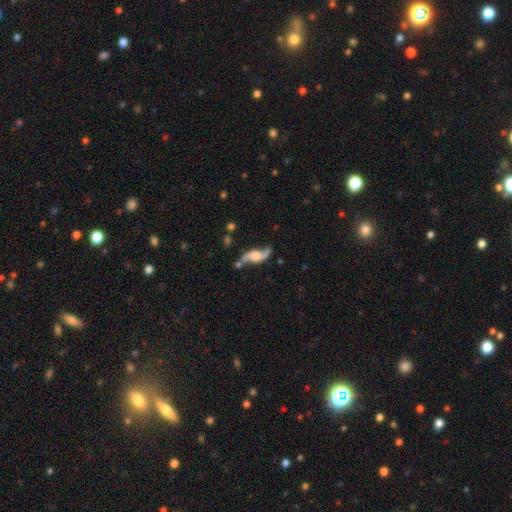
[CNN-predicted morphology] smooth_or_featured: featured or disk (p=0.82) [alt: smooth p=0.12]
disk_edge_on: no (p=0.90) [alt: yes p=0.10]
bar: no (p=0.59) [alt: weak p=0.32]
has_spiral_arms: yes (p=0.95) [alt: no p=0.05]
spiral_winding: loose (p=0.81) [alt: medium p=0.15]
spiral_arm_count: 2 (p=0.93) [alt: can't tell p=0.02]
bulge_size: moderate (p=0.32) [alt: large p=0.24]
merging: none (p=0.65) [alt: minor disturbance p=0.17]